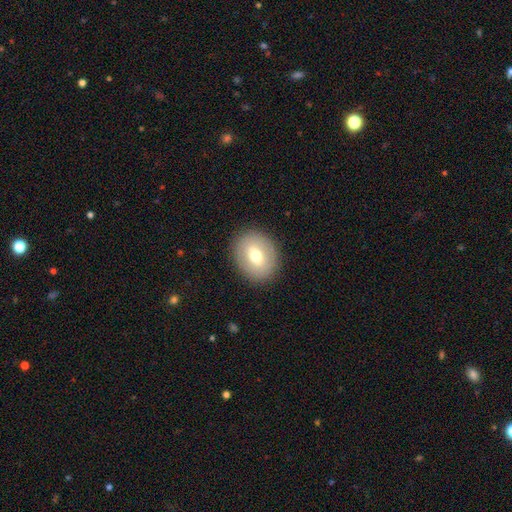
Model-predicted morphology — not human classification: smooth_or_featured: smooth (p=0.65) [alt: featured or disk p=0.27]
how_rounded: round (p=0.58) [alt: in between p=0.41]
merging: none (p=0.88) [alt: minor disturbance p=0.08]